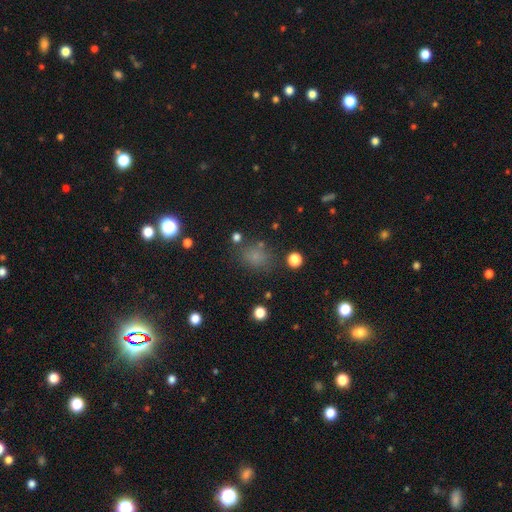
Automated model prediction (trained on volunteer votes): Overall: smooth (67%). How rounded: round (60%; in between 39%). Merging: none (76%).